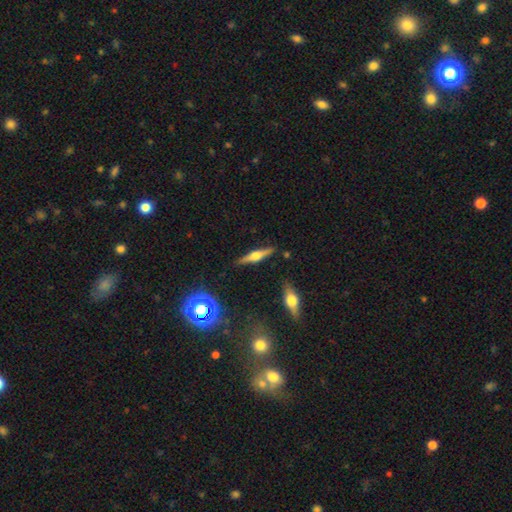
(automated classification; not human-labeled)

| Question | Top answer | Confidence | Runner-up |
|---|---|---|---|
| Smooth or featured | featured or disk | 69% | smooth (24%) |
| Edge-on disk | yes | 97% | no (3%) |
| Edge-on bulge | rounded | 93% | boxy (5%) |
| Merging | none | 88% | minor disturbance (8%) |